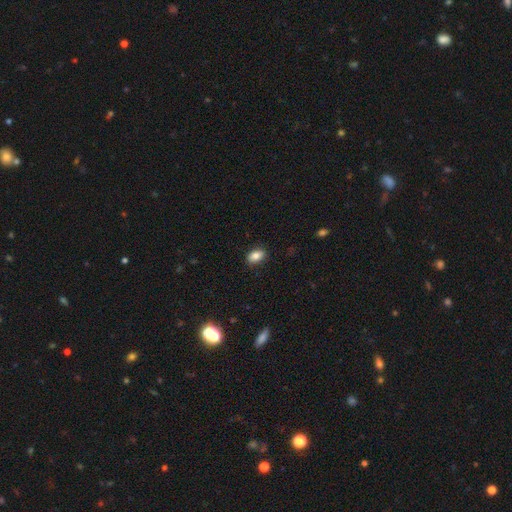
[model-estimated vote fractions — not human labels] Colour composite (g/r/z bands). It shows a smooth galaxy with no disk features (84%) that is in between round and cigar-shaped (86%). Merging: none (88%).